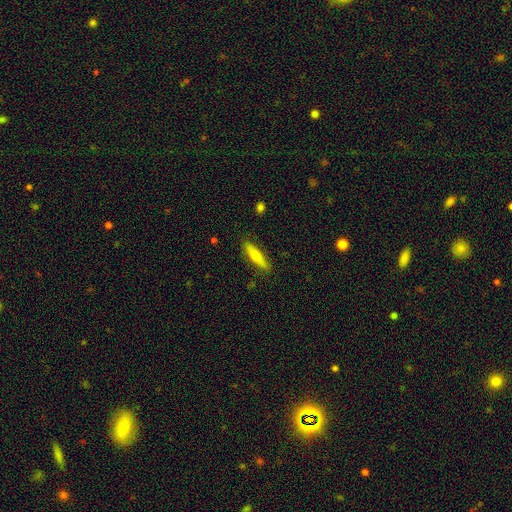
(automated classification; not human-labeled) This is possibly a smooth galaxy (56%). How rounded: likely cigar-shaped (72%). Merging: clearly none (87%).